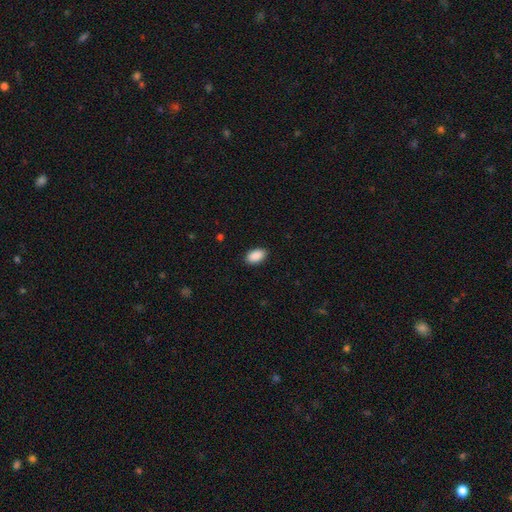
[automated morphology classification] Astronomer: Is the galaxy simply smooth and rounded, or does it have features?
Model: smooth — 91%.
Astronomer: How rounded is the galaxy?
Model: in between — 94%.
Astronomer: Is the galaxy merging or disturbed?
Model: none — 89%.